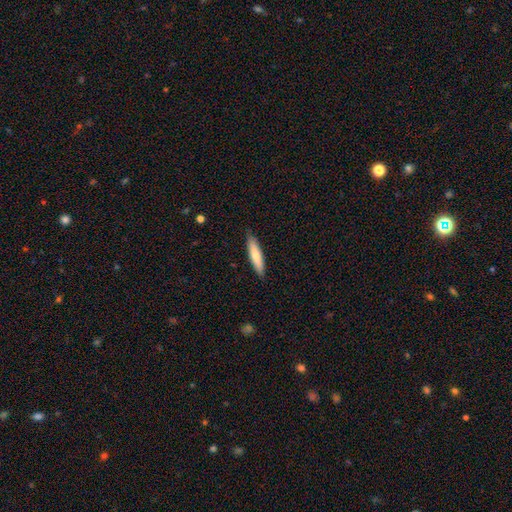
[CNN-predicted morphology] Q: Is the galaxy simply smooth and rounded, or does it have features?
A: smooth — 71%.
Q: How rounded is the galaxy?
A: cigar-shaped — 82%.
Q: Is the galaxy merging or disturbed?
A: none — 88%.